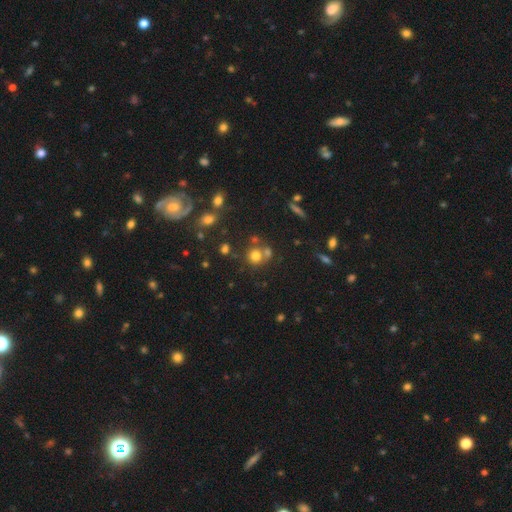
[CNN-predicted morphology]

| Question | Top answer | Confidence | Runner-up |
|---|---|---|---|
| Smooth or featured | smooth | 72% | star or artifact (18%) |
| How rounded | round | 87% | in between (12%) |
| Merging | none | 58% | merger (28%) |